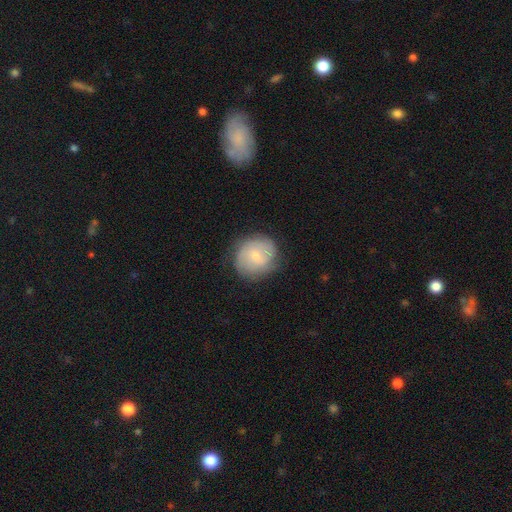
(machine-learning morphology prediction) A smooth galaxy with no disk features (52%) that is round (82%).

Vote fractions:
- Smooth or featured? smooth: 52% / featured or disk: 41% / star or artifact: 7%
- How rounded? round: 82% / in between: 17% / cigar-shaped: 1%
- Merging? none: 75% / minor disturbance: 18% / major disturbance: 6% / merger: 1%